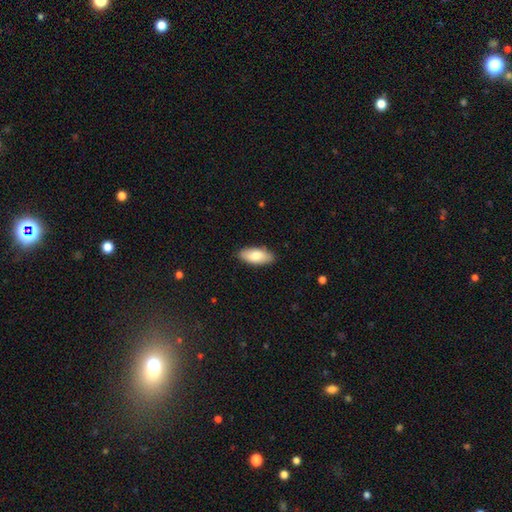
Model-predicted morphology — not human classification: type=smooth (81%); roundness=in between (87%); merging=none (88%).